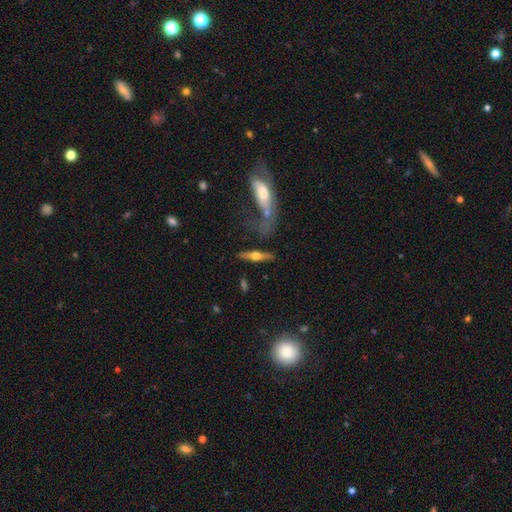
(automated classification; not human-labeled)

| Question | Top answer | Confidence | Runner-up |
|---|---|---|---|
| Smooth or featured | featured or disk | 69% | smooth (24%) |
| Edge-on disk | yes | 92% | no (8%) |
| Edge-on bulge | rounded | 95% | boxy (3%) |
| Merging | none | 68% | minor disturbance (14%) |